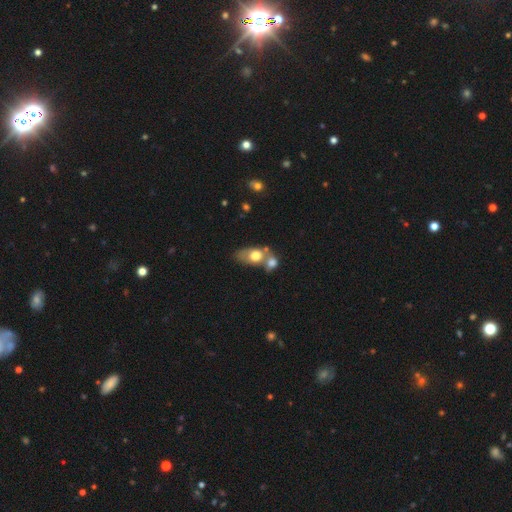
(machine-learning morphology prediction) Smooth or featured: smooth — 71% (featured or disk — 21%)
How rounded: in between — 75% (round — 22%)
Merging: merger — 60% (none — 22%)